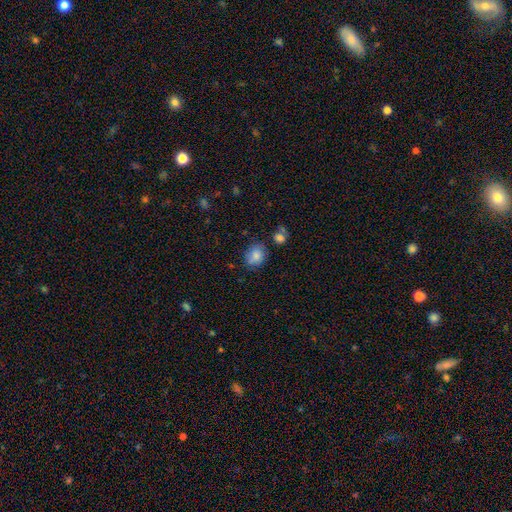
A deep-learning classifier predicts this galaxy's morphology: This is clearly a smooth galaxy (83%). How rounded: possibly round (52%). Merging: likely none (70%).